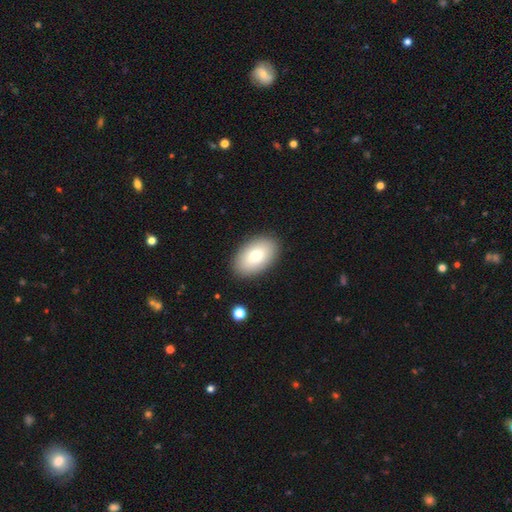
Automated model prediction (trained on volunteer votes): A smooth galaxy with no disk features (78%) that is in between round and cigar-shaped (92%). Merging: none (89%).